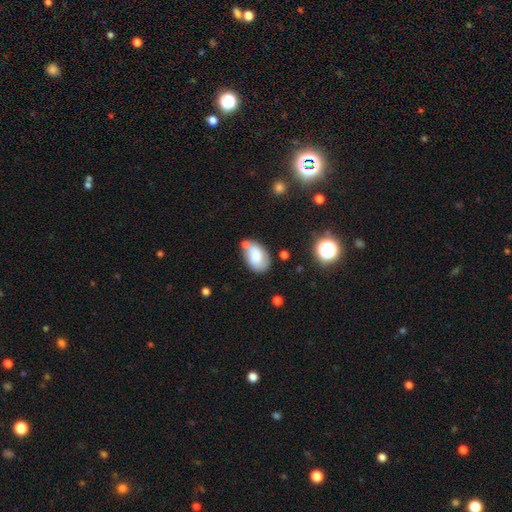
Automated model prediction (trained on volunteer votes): Smooth or featured? Predicted: smooth (p=0.76). How rounded? Predicted: in between (p=0.89). Merging? Predicted: none (p=0.52).